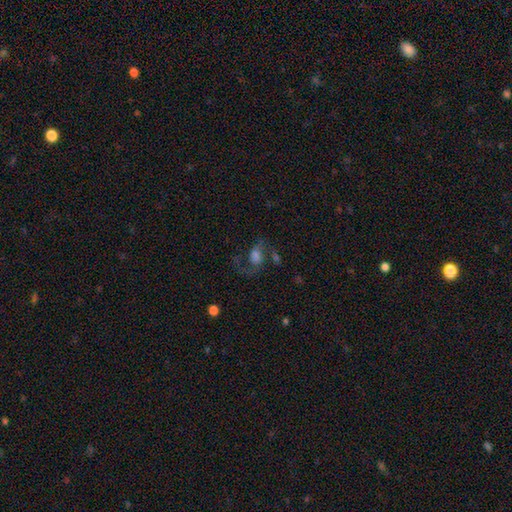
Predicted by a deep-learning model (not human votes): smooth_or_featured: featured or disk (p=0.56) [alt: smooth p=0.30]
disk_edge_on: no (p=0.96) [alt: yes p=0.04]
bar: no (p=0.54) [alt: weak p=0.35]
has_spiral_arms: yes (p=0.83) [alt: no p=0.17]
bulge_size: large (p=0.35) [alt: moderate p=0.31]
merging: none (p=0.48) [alt: major disturbance p=0.27]